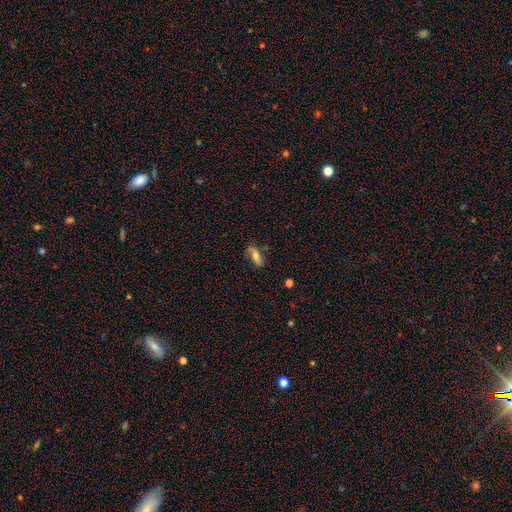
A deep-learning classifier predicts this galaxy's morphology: smooth 57%, featured or disk 34%, star or artifact 9%. Down the decision tree: how rounded — in between (75%); merging — none (65%).